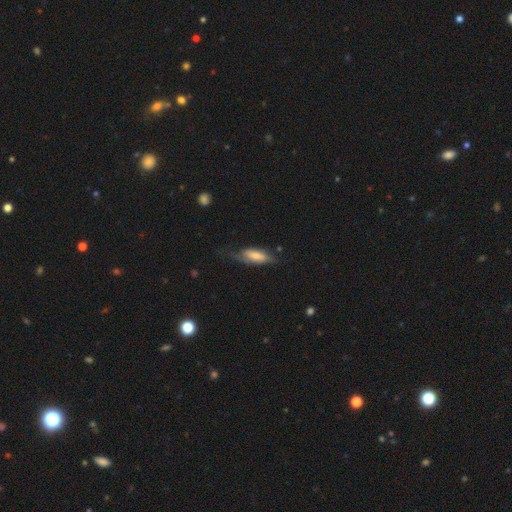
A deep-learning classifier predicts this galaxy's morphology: Overall: smooth (61%; featured or disk 32%). How rounded: in between (72%). Merging: none (46%; minor disturbance 31%).